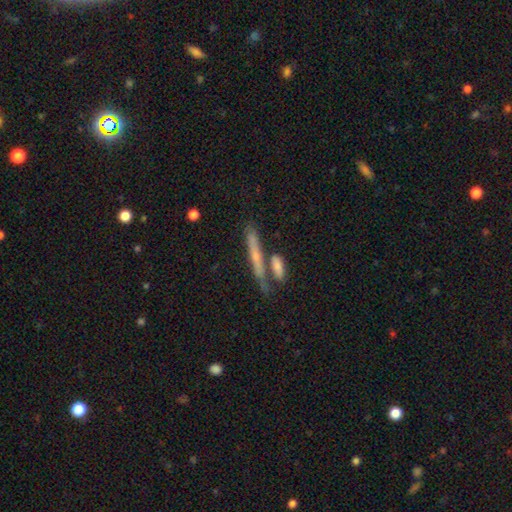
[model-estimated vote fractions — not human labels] Q: Smooth or featured?
A: smooth (49%); runner-up: featured or disk (43%)
Q: Merging?
A: none (61%); runner-up: merger (22%)